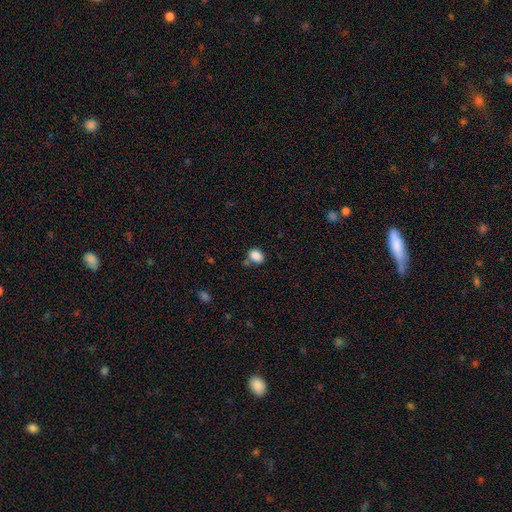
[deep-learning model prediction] Smooth or featured?
  - smooth: 87% *
  - star or artifact: 9%
  - featured or disk: 4%
How rounded?
  - in between: 68% *
  - round: 30%
  - cigar-shaped: 1%
Merging?
  - none: 66% *
  - minor disturbance: 18%
  - merger: 11%
  - major disturbance: 5%